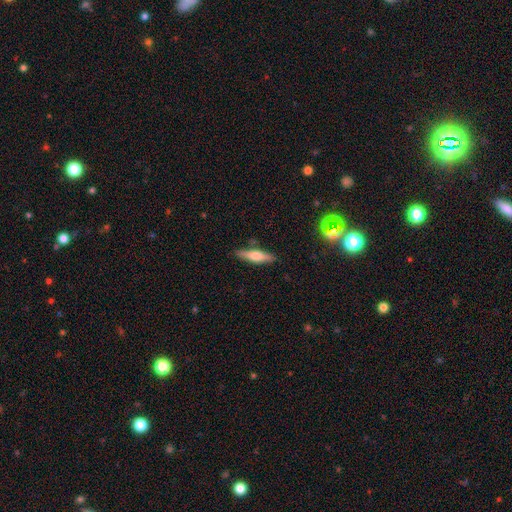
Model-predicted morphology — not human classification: type=smooth (53%); roundness=cigar-shaped (75%); merging=none (85%).